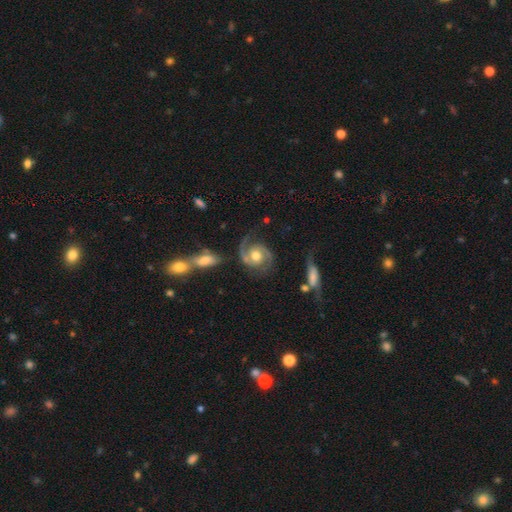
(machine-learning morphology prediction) type=featured or disk (89%); edge-on=no (98%); bar=no (65%); spiral arms=yes (97%); winding=medium (55%); arm count=2 (92%); bulge=moderate (70%); merging=none (71%).